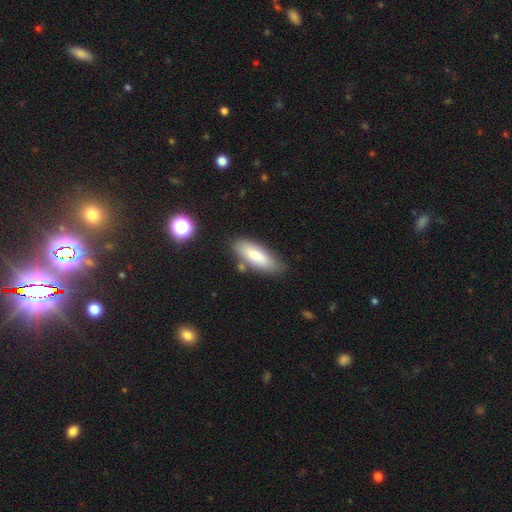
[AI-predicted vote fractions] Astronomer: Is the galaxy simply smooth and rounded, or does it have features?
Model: smooth — 80%.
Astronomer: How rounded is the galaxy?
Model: in between — 63%.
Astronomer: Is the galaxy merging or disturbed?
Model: none — 77%.